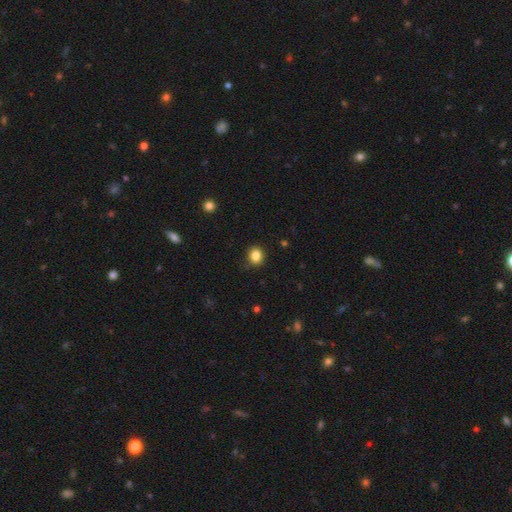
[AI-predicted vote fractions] This appears to be a smooth galaxy with no disk features (85%) that is round (69%). Merging: none (84%).